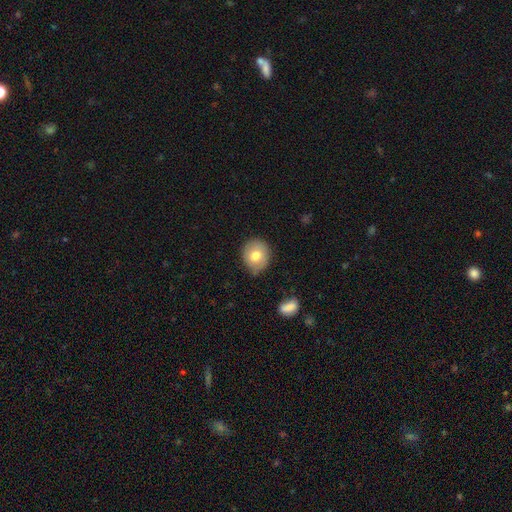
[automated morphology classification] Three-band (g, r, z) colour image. It shows a smooth galaxy with no disk features (73%) that is round (77%). Merging: none (72%).